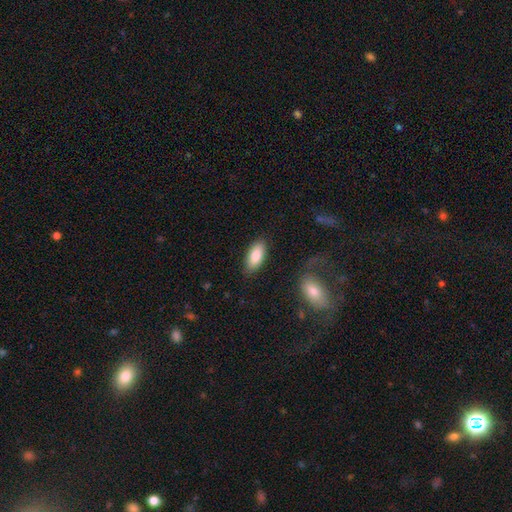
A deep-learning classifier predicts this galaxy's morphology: This appears to be a smooth galaxy with no disk features (84%) that is in between round and cigar-shaped (86%). Merging: none (84%).